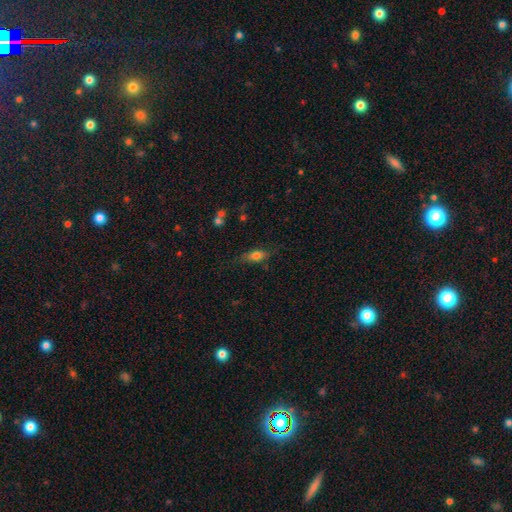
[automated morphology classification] smooth_or_featured: smooth (p=0.71) [alt: featured or disk p=0.21]
how_rounded: in between (p=0.71) [alt: cigar-shaped p=0.24]
merging: none (p=0.69) [alt: minor disturbance p=0.21]